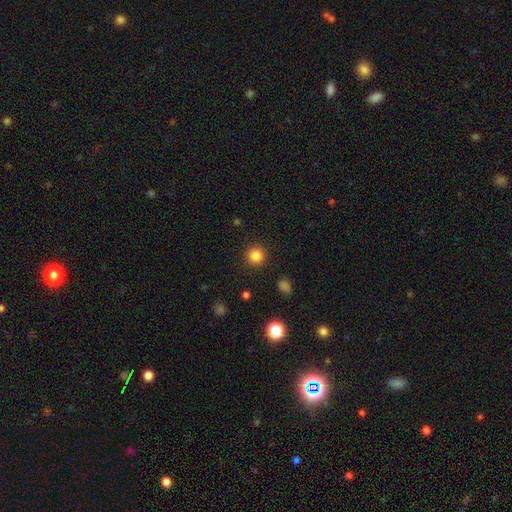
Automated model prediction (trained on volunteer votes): smooth 84%, star or artifact 12%, featured or disk 5%. Down the decision tree: how rounded — round (95%); merging — none (91%).